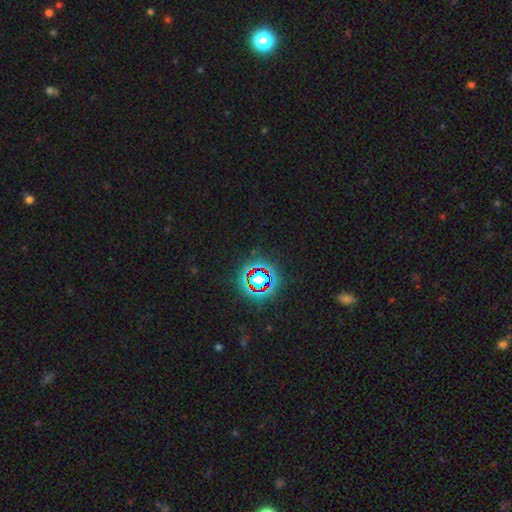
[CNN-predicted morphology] Smooth or featured? star or artifact (74%)